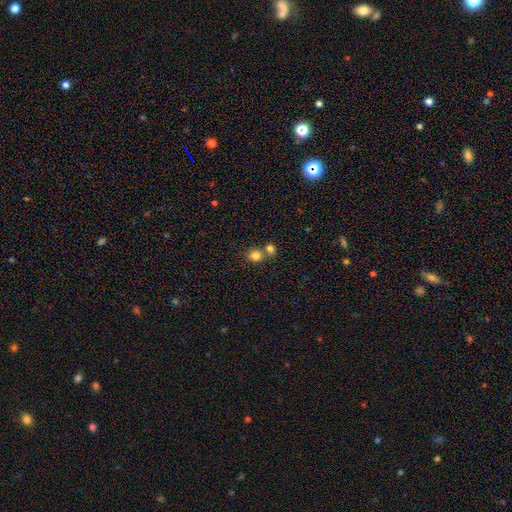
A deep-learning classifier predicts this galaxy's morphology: type=smooth (83%); roundness=round (81%); merging=none (54%).